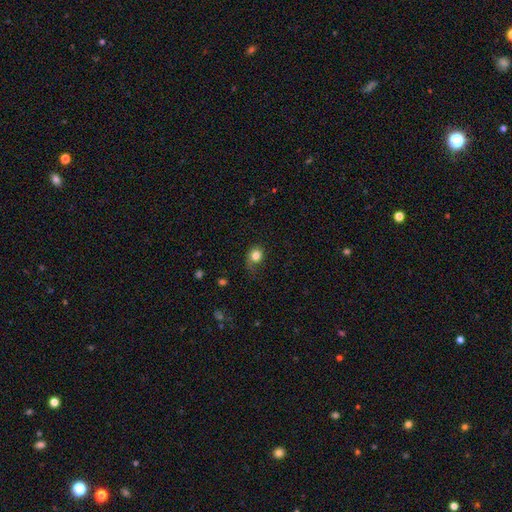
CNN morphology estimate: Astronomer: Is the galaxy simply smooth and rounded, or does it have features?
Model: smooth — 81%.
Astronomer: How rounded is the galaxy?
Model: round — 74%.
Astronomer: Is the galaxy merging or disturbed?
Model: none — 57%.